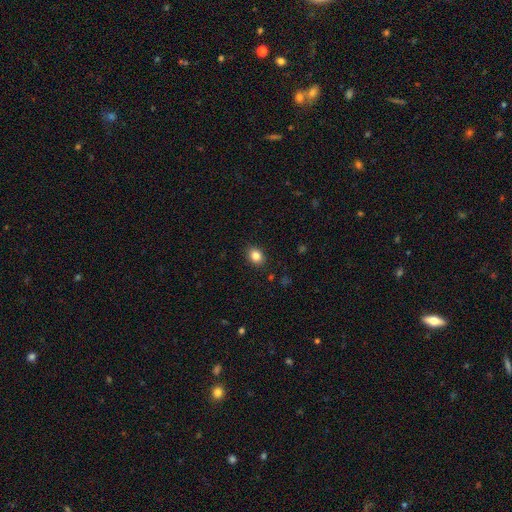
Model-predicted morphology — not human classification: A smooth galaxy with no disk features (85%) that is in between round and cigar-shaped (59%).

Vote fractions:
- Smooth or featured? smooth: 85% / star or artifact: 10% / featured or disk: 6%
- How rounded? in between: 59% / round: 40% / cigar-shaped: 1%
- Merging? none: 89% / minor disturbance: 8% / major disturbance: 2% / merger: 1%